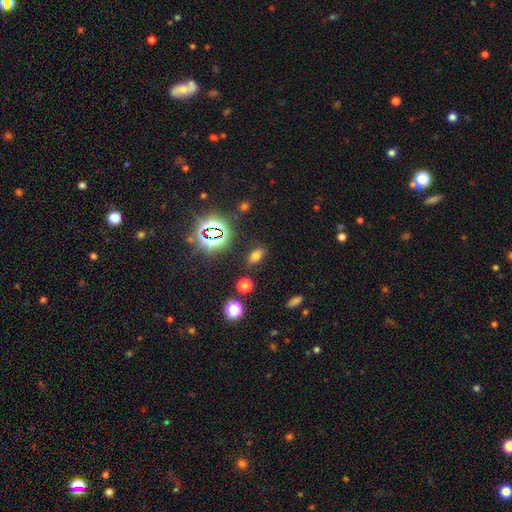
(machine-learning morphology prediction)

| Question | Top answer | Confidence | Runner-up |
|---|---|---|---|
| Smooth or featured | smooth | 63% | star or artifact (27%) |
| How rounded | in between | 83% | round (12%) |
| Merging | none | 85% | minor disturbance (9%) |